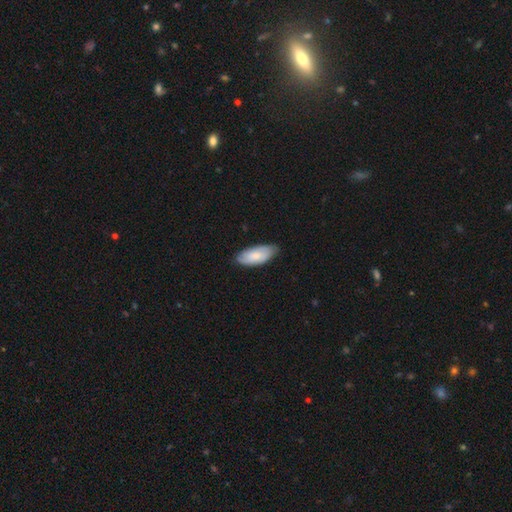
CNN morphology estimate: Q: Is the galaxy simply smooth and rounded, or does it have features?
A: smooth — 74%.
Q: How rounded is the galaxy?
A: in between — 87%.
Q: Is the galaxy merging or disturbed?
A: none — 77%.